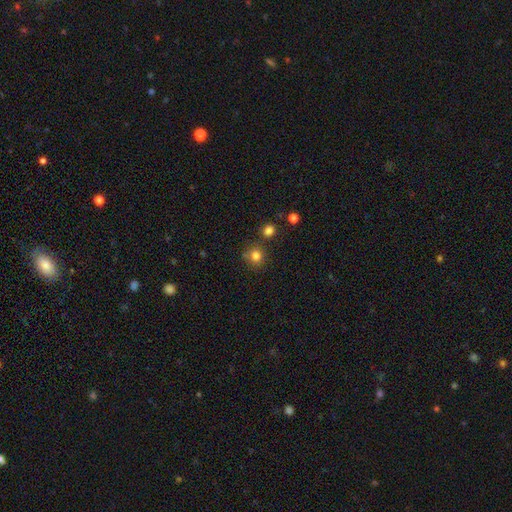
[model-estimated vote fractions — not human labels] This appears to be a smooth galaxy with no disk features (81%) that is round (85%). Merging: none (75%).